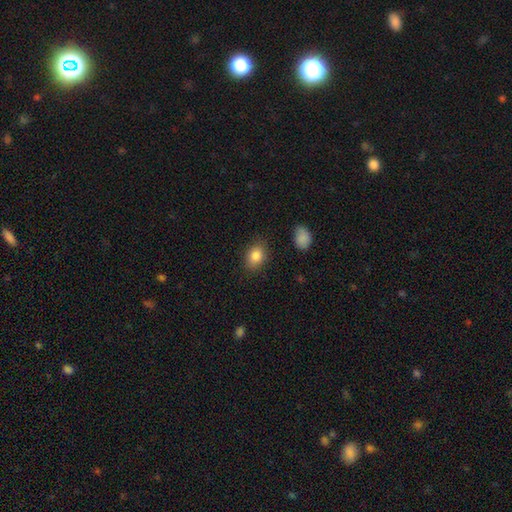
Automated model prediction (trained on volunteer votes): smooth_or_featured: smooth (p=0.84) [alt: star or artifact p=0.09]
how_rounded: in between (p=0.73) [alt: round p=0.26]
merging: none (p=0.83) [alt: minor disturbance p=0.12]